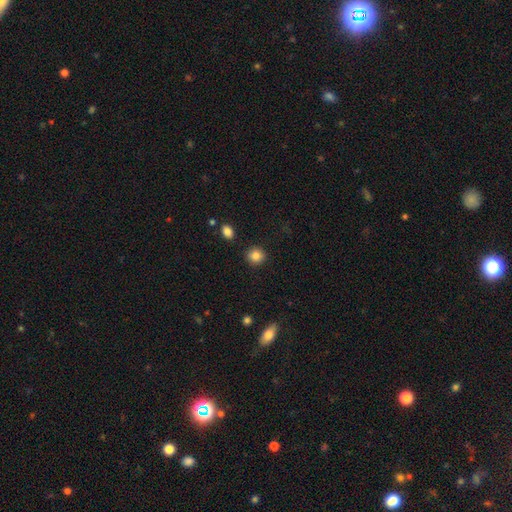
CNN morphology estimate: Smooth or featured?
  - smooth: 85% *
  - star or artifact: 10%
  - featured or disk: 5%
How rounded?
  - round: 89% *
  - in between: 10%
  - cigar-shaped: 1%
Merging?
  - none: 90% *
  - minor disturbance: 6%
  - merger: 2%
  - major disturbance: 2%